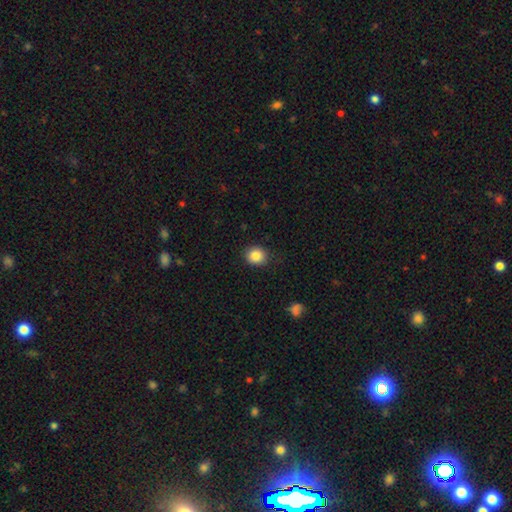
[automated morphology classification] smooth-or-featured: smooth: 86% | star or artifact: 10% | featured or disk: 4%
  how-rounded: round: 83% | in between: 16% | cigar-shaped: 1%
  merging: none: 87% | minor disturbance: 9% | major disturbance: 2% | merger: 1%